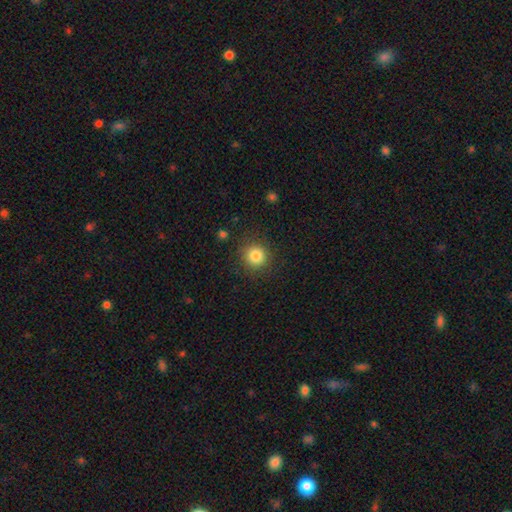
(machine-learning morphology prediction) smooth 84%, star or artifact 11%, featured or disk 6%. Down the decision tree: how rounded — round (92%); merging — none (87%).